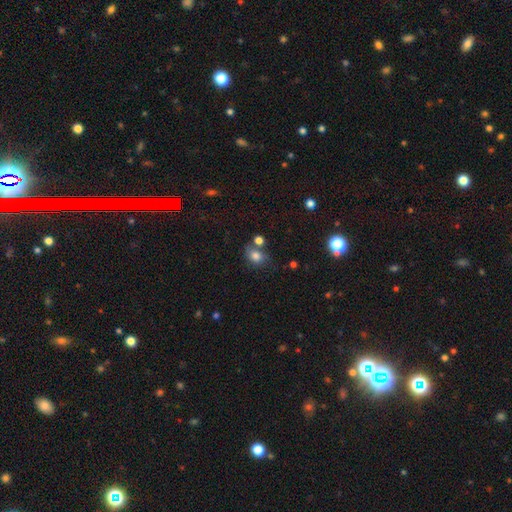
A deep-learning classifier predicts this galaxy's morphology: Q: Smooth or featured?
A: smooth (77%); runner-up: star or artifact (12%)
Q: How rounded?
A: in between (54%); runner-up: round (45%)
Q: Merging?
A: none (51%); runner-up: merger (21%)